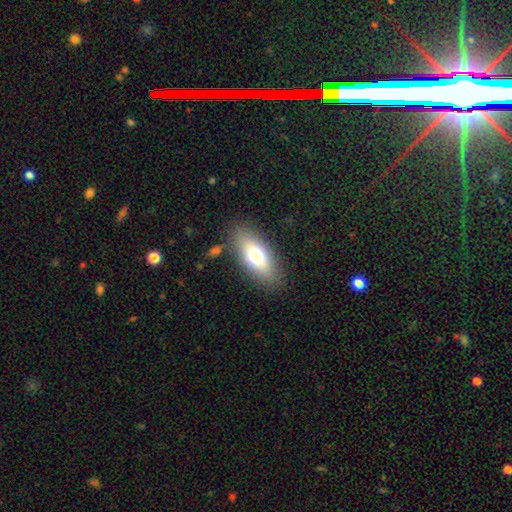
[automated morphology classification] type=smooth (68%); roundness=in between (79%); merging=none (82%).